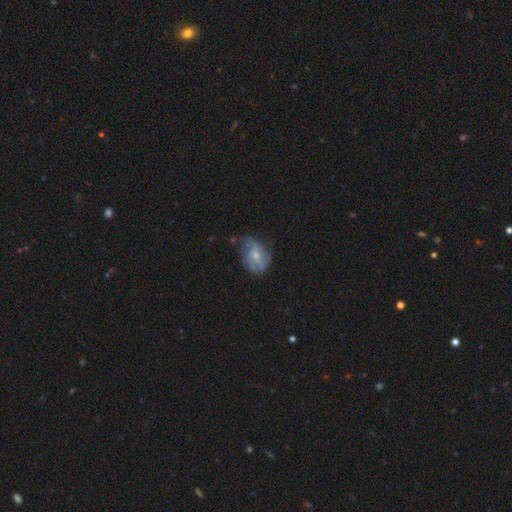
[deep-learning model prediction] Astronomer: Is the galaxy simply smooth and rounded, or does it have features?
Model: featured or disk — 51% (runner-up: smooth, 42%).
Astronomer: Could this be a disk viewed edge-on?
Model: no — 97%.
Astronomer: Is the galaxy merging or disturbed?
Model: none — 53% (runner-up: minor disturbance, 31%).